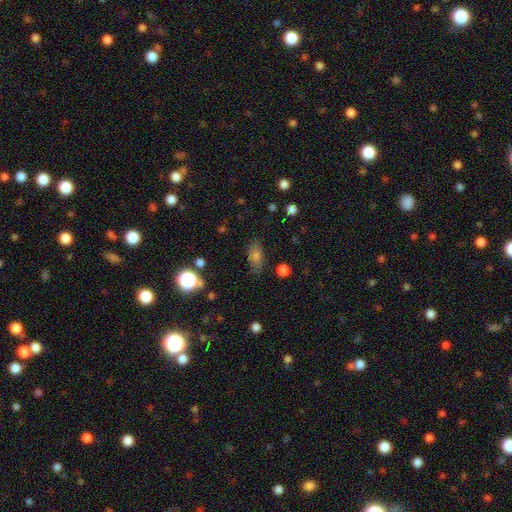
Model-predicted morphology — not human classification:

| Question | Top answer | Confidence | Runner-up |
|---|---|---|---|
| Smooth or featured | smooth | 71% | star or artifact (15%) |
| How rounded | in between | 81% | round (11%) |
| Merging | none | 79% | minor disturbance (15%) |